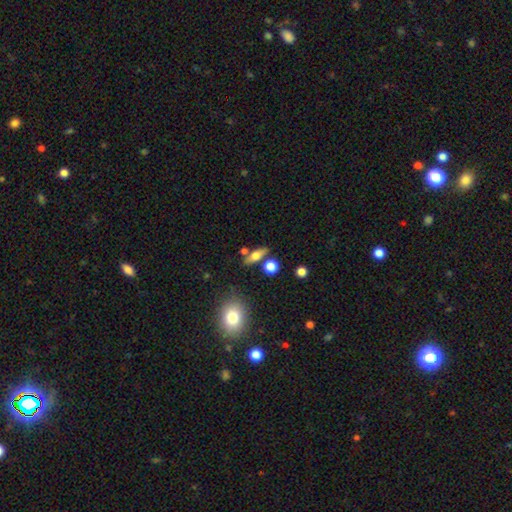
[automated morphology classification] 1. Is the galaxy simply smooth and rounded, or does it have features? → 54% smooth, 37% featured or disk, 9% star or artifact.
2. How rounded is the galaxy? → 50% in between, 37% cigar-shaped, 13% round.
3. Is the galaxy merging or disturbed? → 73% none, 12% minor disturbance, 11% merger, 4% major disturbance.